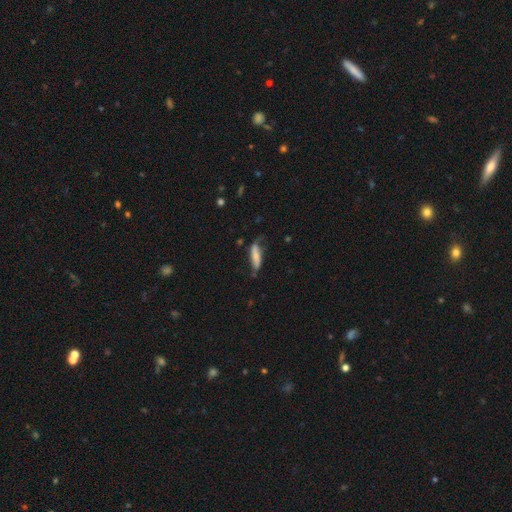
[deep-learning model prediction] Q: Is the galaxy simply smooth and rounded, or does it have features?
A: smooth — 68%.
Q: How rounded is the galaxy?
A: cigar-shaped — 60%.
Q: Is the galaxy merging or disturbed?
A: none — 53%.